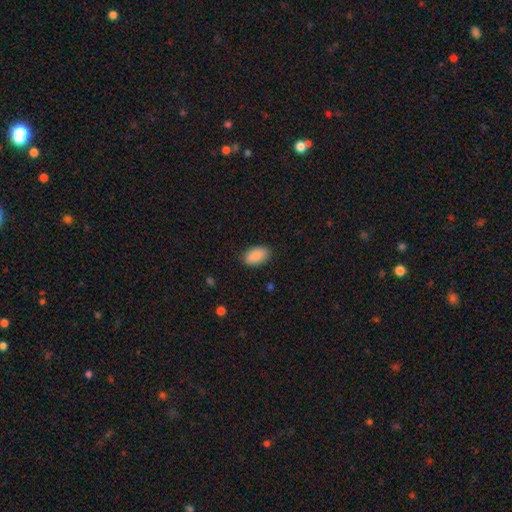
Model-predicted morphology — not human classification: A smooth galaxy with no disk features (90%) that is in between round and cigar-shaped (94%).

Vote fractions:
- Smooth or featured? smooth: 90% / star or artifact: 7% / featured or disk: 3%
- How rounded? in between: 94% / round: 5% / cigar-shaped: 2%
- Merging? none: 86% / minor disturbance: 10% / major disturbance: 3% / merger: 1%